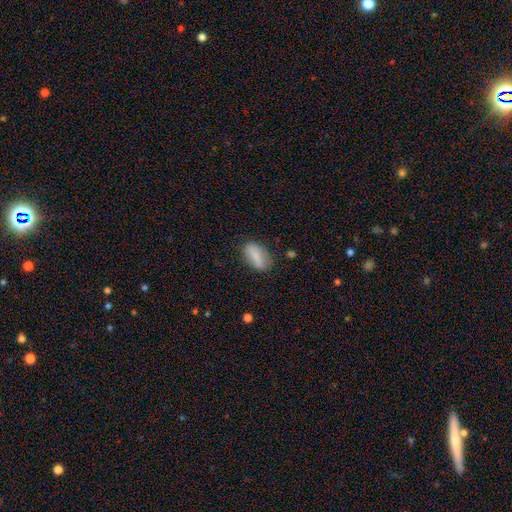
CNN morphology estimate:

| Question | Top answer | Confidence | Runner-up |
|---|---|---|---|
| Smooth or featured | smooth | 80% | featured or disk (12%) |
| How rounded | in between | 85% | cigar-shaped (10%) |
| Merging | none | 75% | minor disturbance (18%) |